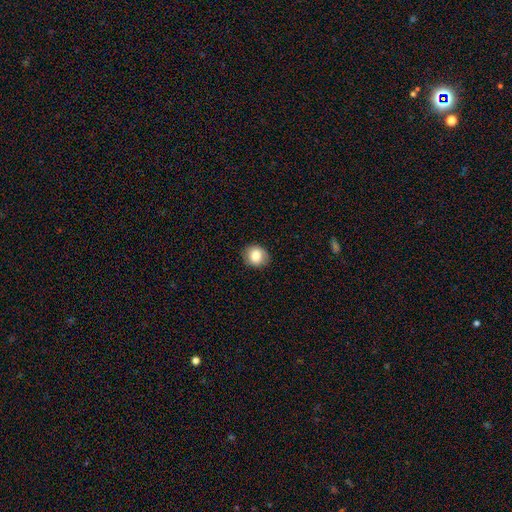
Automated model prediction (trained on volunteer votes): The model was most divided on "how rounded": round: 73%, in between: 26%, cigar-shaped: 1%. More confident: merging — none (87%); smooth or featured — smooth (82%).